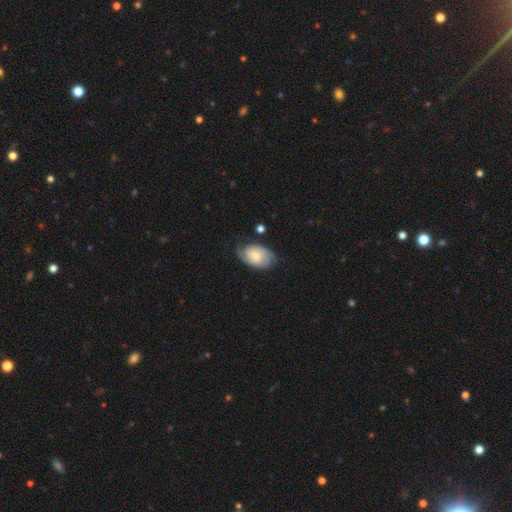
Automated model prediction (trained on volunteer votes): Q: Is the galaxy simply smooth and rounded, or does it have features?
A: featured or disk — 61%.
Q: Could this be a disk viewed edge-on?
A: no — 96%.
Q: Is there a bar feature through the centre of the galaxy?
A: no — 68%.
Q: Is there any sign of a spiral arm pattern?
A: yes — 90%.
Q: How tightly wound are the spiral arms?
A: tight — 47%.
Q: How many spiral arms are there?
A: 2 — 63%.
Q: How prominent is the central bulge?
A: moderate — 44%, tied with small.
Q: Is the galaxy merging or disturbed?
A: none — 65%.